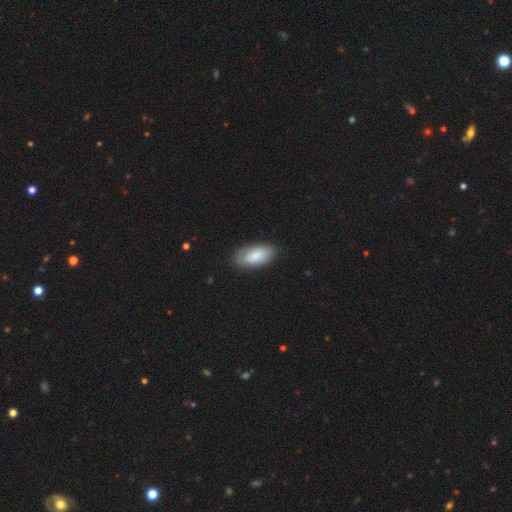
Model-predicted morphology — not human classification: smooth-or-featured: smooth: 76% | featured or disk: 18% | star or artifact: 6%
  how-rounded: in between: 93% | cigar-shaped: 5% | round: 3%
  merging: none: 79% | minor disturbance: 16% | major disturbance: 4% | merger: 1%